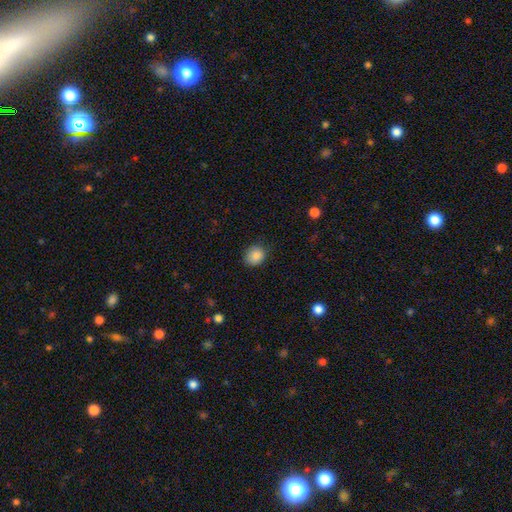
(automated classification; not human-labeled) A smooth galaxy with no disk features (87%) that is round (66%).

Vote fractions:
- Smooth or featured? smooth: 87% / star or artifact: 9% / featured or disk: 4%
- How rounded? round: 66% / in between: 33% / cigar-shaped: 1%
- Merging? none: 81% / minor disturbance: 15% / major disturbance: 3% / merger: 1%